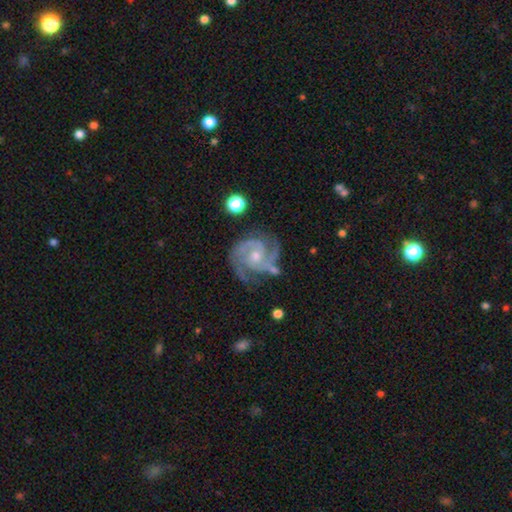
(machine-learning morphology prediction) Smooth or featured: featured or disk — 92% (star or artifact — 5%)
Edge-on disk: no — 98% (yes — 2%)
Bar: no — 61% (weak — 31%)
Spiral arms: yes — 99% (no — 1%)
Spiral winding: tight — 54% (medium — 41%)
Spiral arm count: 2 — 63% (3 — 25%)
Bulge size: small — 52% (moderate — 44%)
Merging: none — 72% (minor disturbance — 18%)